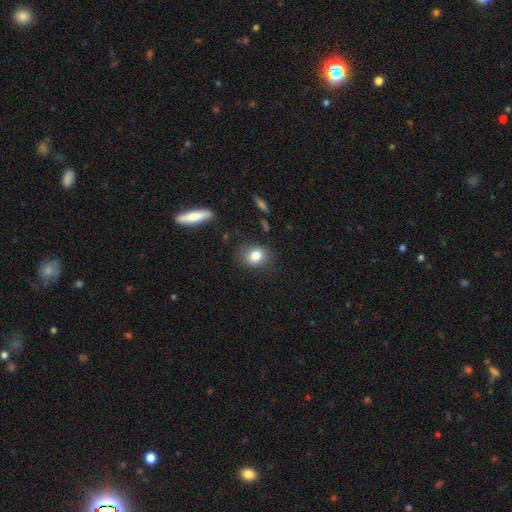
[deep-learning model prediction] Smooth or featured: smooth — 82% (star or artifact — 10%)
How rounded: round — 63% (in between — 35%)
Merging: none — 79% (minor disturbance — 15%)